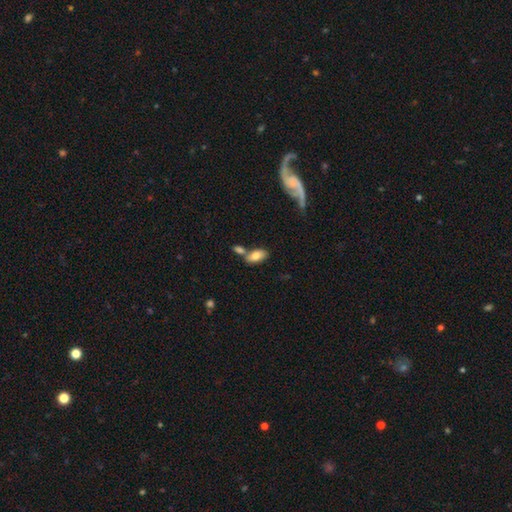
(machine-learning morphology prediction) Smooth or featured?
  - smooth: 78% *
  - featured or disk: 15%
  - star or artifact: 8%
How rounded?
  - in between: 92% *
  - cigar-shaped: 4%
  - round: 4%
Merging?
  - none: 48% *
  - merger: 34%
  - minor disturbance: 12%
  - major disturbance: 5%